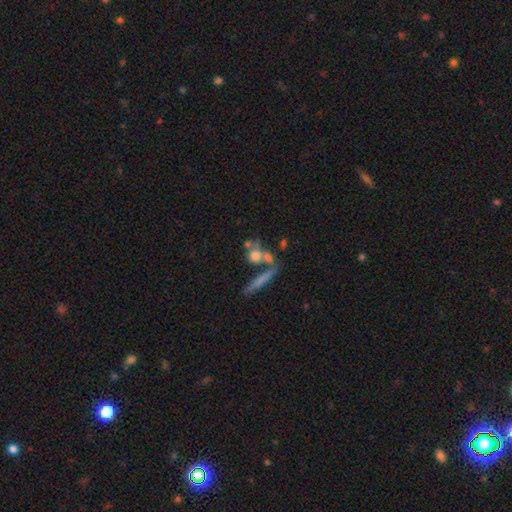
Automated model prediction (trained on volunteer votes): The model was most divided on "merging": none: 48%, merger: 33%, minor disturbance: 11%, major disturbance: 8%. More confident: how rounded — round (66%); smooth or featured — smooth (65%).